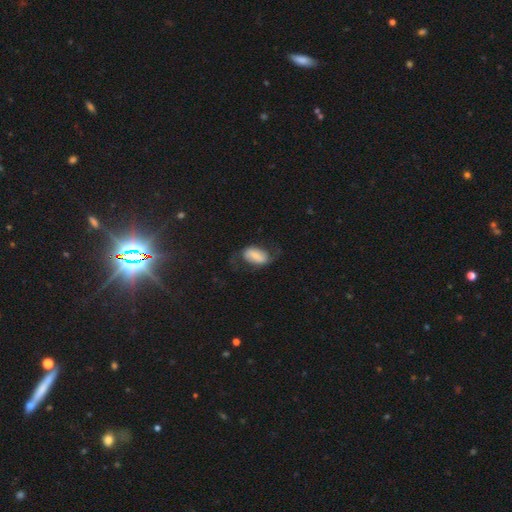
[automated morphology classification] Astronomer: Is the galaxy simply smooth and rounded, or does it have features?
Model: smooth — 47% (runner-up: featured or disk, 44%).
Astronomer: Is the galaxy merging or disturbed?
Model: none — 55%.